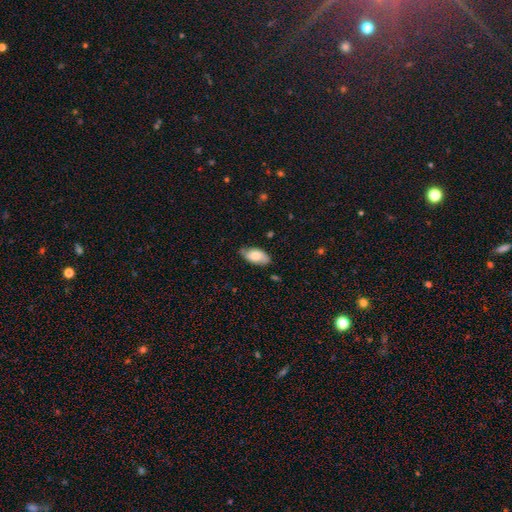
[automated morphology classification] type=smooth (67%); roundness=in between (94%); merging=none (73%).